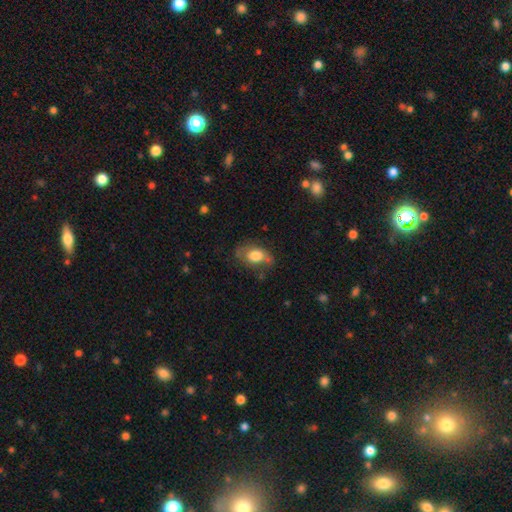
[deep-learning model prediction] Smooth or featured? smooth (70%)
How rounded? in between (82%)
Merging? none (59%)